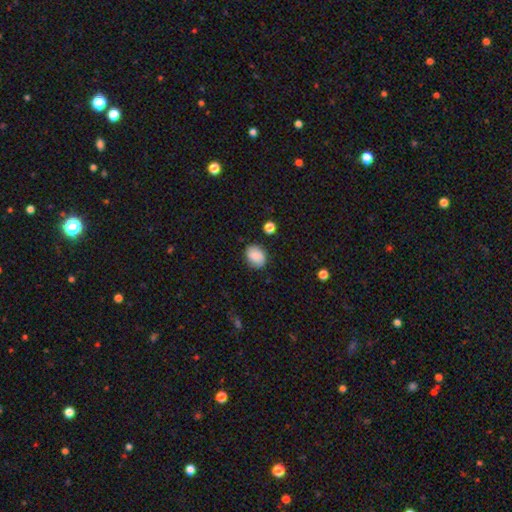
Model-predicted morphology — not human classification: smooth-or-featured: smooth: 85% | star or artifact: 8% | featured or disk: 7%
  how-rounded: in between: 58% | round: 41% | cigar-shaped: 1%
  merging: none: 80% | minor disturbance: 14% | major disturbance: 3% | merger: 2%